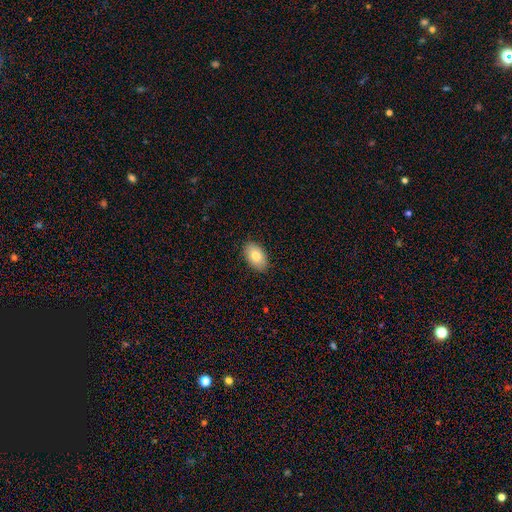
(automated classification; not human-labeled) smooth_or_featured: smooth (p=0.80) [alt: featured or disk p=0.13]
how_rounded: in between (p=0.93) [alt: round p=0.06]
merging: none (p=0.88) [alt: minor disturbance p=0.09]